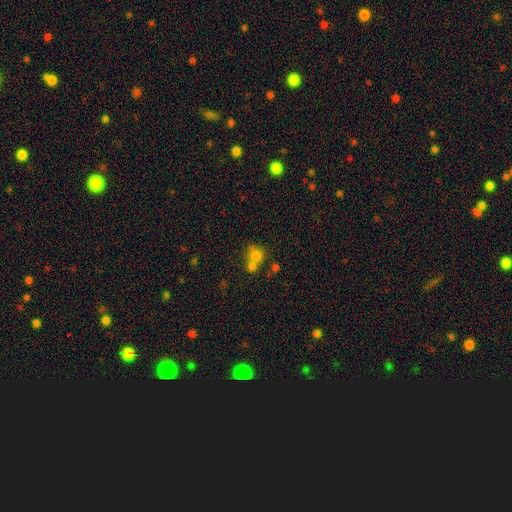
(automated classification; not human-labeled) A smooth galaxy with no disk features (75%) that is round (71%). Merging: merger (52%).